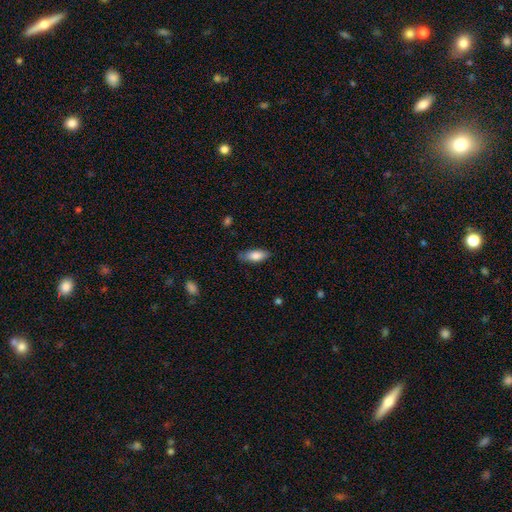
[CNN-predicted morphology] A smooth galaxy with no disk features (81%) that is in between round and cigar-shaped (79%).

Vote fractions:
- Smooth or featured? smooth: 81% / featured or disk: 12% / star or artifact: 6%
- How rounded? in between: 79% / cigar-shaped: 19% / round: 2%
- Merging? none: 76% / minor disturbance: 19% / major disturbance: 3% / merger: 1%